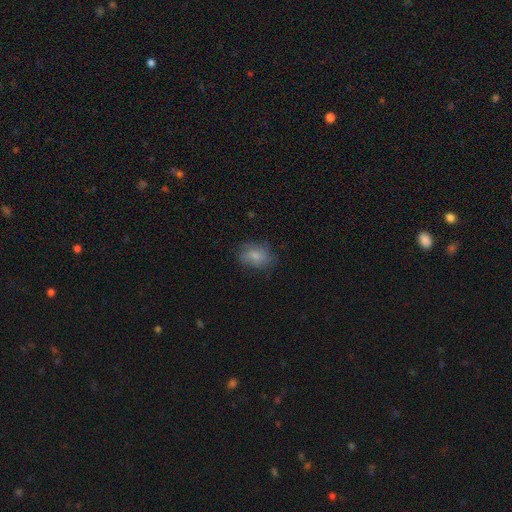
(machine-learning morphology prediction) Overall: smooth (76%). How rounded: in between (75%). Merging: none (70%).